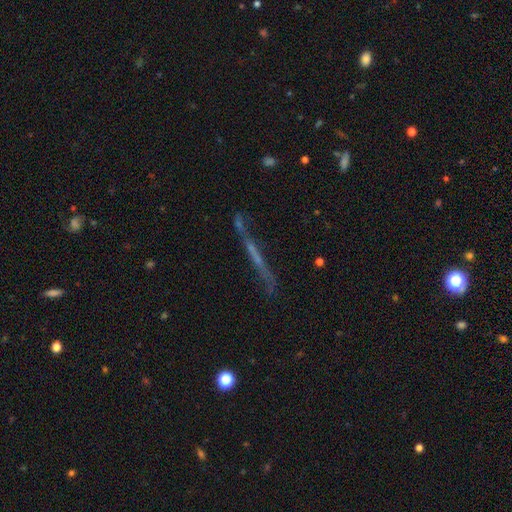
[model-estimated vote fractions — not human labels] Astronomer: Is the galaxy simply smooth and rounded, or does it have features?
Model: featured or disk — 58%.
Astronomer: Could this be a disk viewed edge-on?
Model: yes — 81%.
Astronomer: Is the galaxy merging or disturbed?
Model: none — 65%.